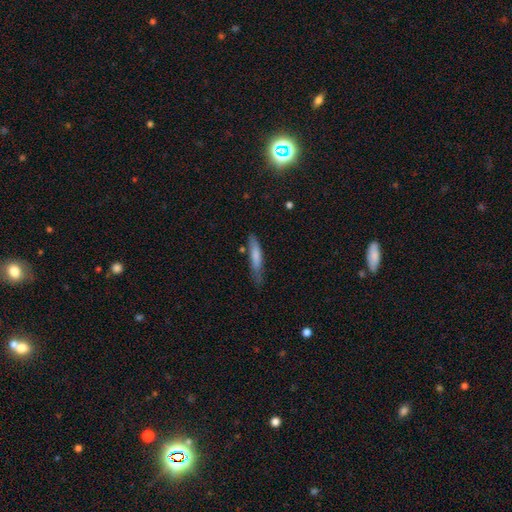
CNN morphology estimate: Smooth or featured?
  - smooth: 76% *
  - featured or disk: 18%
  - star or artifact: 6%
How rounded?
  - cigar-shaped: 82% *
  - in between: 16%
  - round: 1%
Merging?
  - none: 63% *
  - minor disturbance: 27%
  - major disturbance: 6%
  - merger: 4%